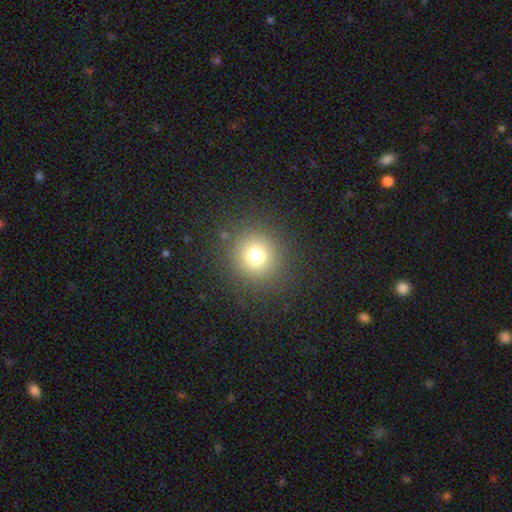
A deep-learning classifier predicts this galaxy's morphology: A smooth galaxy with no disk features (75%) that is round (92%). Merging: none (87%).